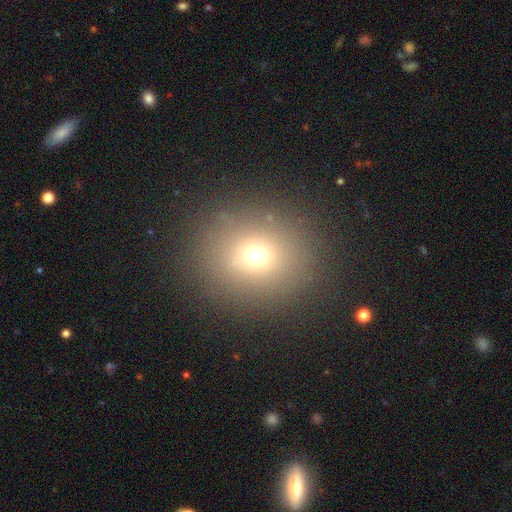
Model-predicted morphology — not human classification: Overall: smooth (68%). How rounded: round (79%). Merging: none (87%).